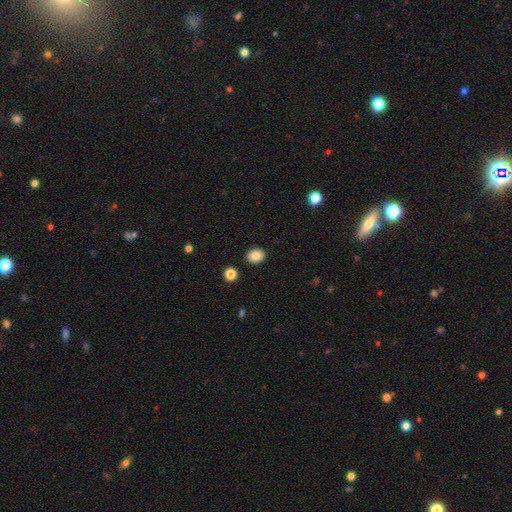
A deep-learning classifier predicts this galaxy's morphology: The model was most divided on "how rounded": in between: 58%, round: 41%, cigar-shaped: 1%. More confident: merging — none (89%); smooth or featured — smooth (86%).